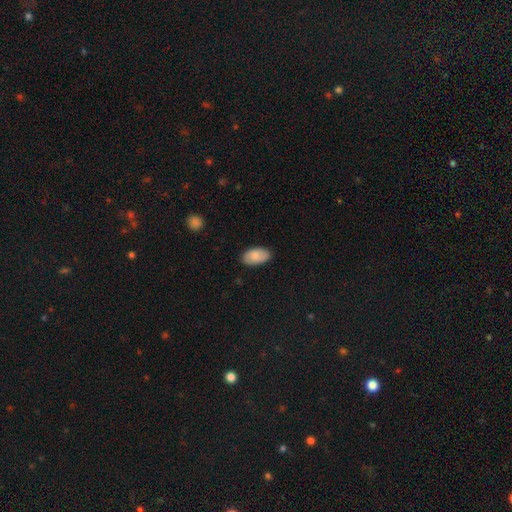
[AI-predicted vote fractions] smooth_or_featured: smooth (p=0.84) [alt: featured or disk p=0.10]
how_rounded: in between (p=0.95) [alt: round p=0.03]
merging: none (p=0.85) [alt: minor disturbance p=0.12]